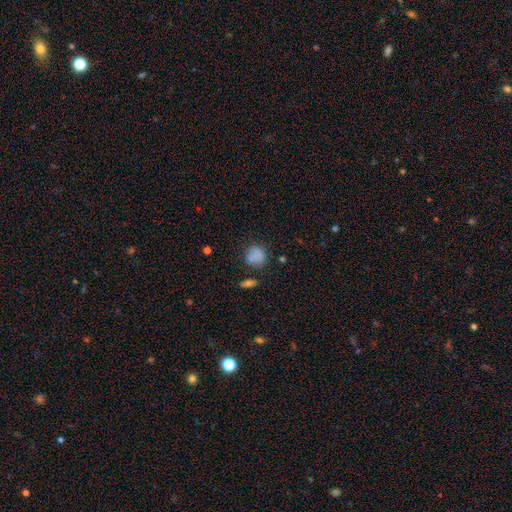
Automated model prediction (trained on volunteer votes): The model was most divided on "merging": none: 69%, minor disturbance: 20%, major disturbance: 6%, merger: 4%. More confident: smooth or featured — smooth (81%); how rounded — round (76%).